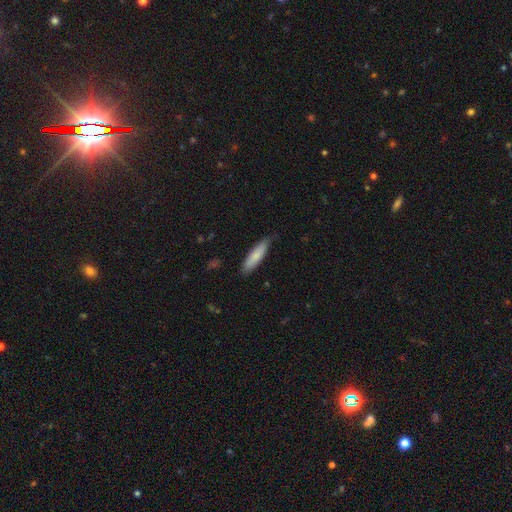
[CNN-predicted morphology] A smooth galaxy with no disk features (81%) that is cigar-shaped (74%). Merging: none (81%).